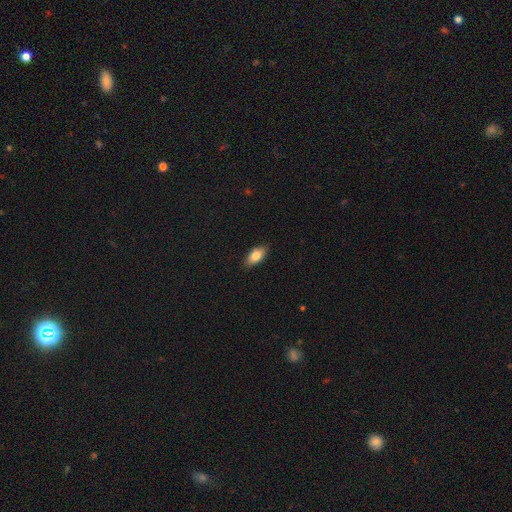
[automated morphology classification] This is clearly a smooth galaxy (80%). How rounded: clearly in between (89%). Merging: clearly none (87%).